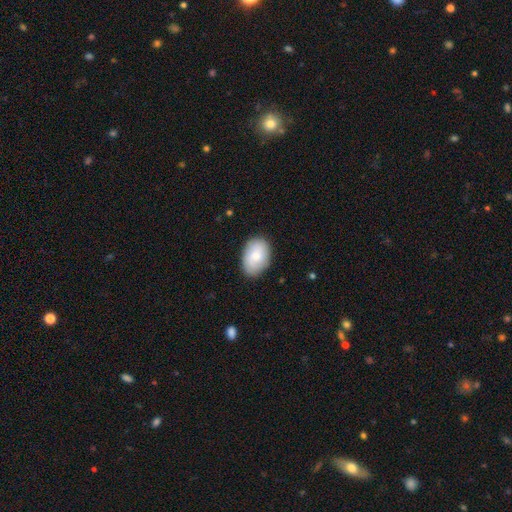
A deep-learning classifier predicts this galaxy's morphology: smooth-or-featured: smooth: 81% | featured or disk: 13% | star or artifact: 6%
  how-rounded: in between: 87% | round: 12% | cigar-shaped: 1%
  merging: none: 84% | minor disturbance: 12% | major disturbance: 3% | merger: 1%